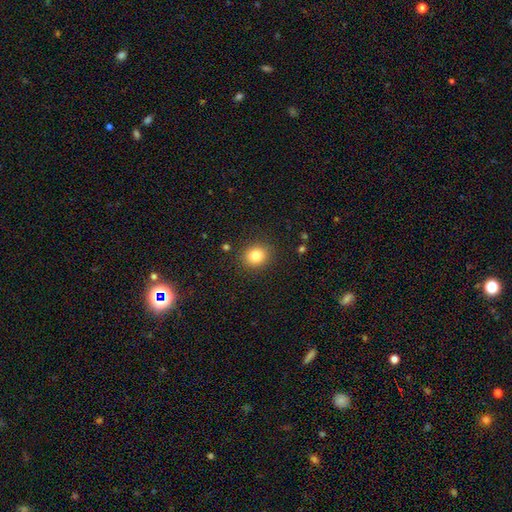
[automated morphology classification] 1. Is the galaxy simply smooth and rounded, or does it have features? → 82% smooth, 11% star or artifact, 7% featured or disk.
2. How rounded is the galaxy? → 78% round, 21% in between, 1% cigar-shaped.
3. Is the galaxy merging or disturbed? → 88% none, 8% minor disturbance, 3% major disturbance, 1% merger.